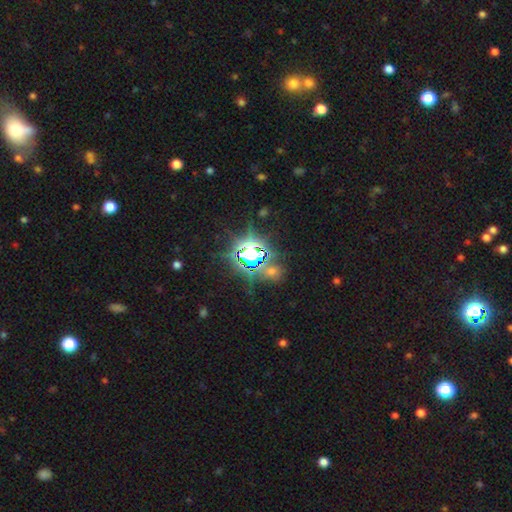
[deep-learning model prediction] This is likely a star or artifact rather than a galaxy (76%).